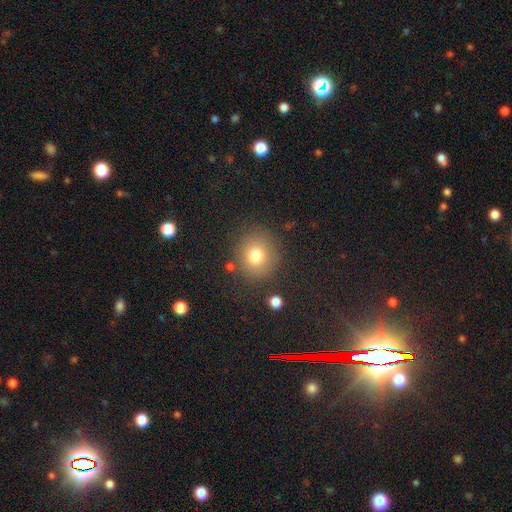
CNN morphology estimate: Overall: smooth (77%). How rounded: round (89%). Merging: none (83%).